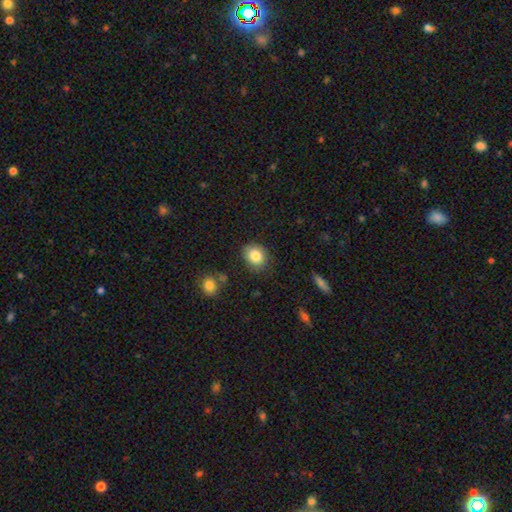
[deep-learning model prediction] A smooth galaxy with no disk features (84%) that is round (58%).

Vote fractions:
- Smooth or featured? smooth: 84% / star or artifact: 9% / featured or disk: 7%
- How rounded? round: 58% / in between: 41% / cigar-shaped: 1%
- Merging? none: 82% / minor disturbance: 12% / major disturbance: 3% / merger: 2%